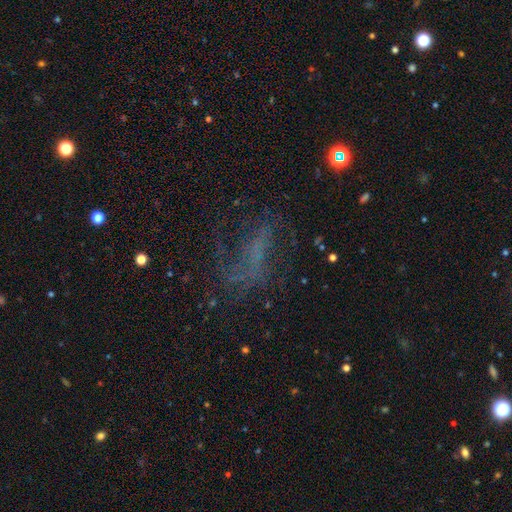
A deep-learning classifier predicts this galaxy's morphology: Smooth or featured? Predicted: featured or disk (p=0.45). Merging? Predicted: none (p=0.46).